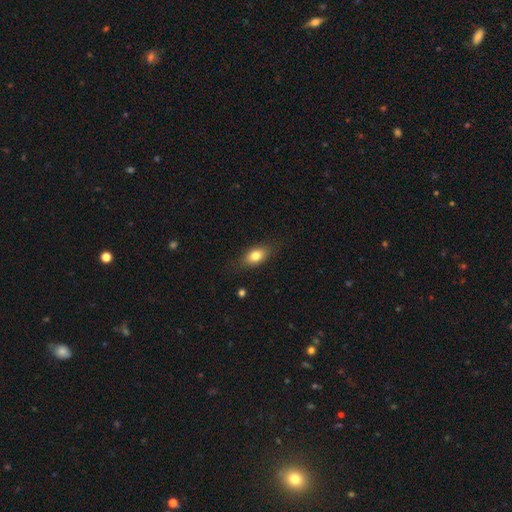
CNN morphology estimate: Smooth or featured? Predicted: smooth (p=0.78). How rounded? Predicted: in between (p=0.83). Merging? Predicted: none (p=0.82).